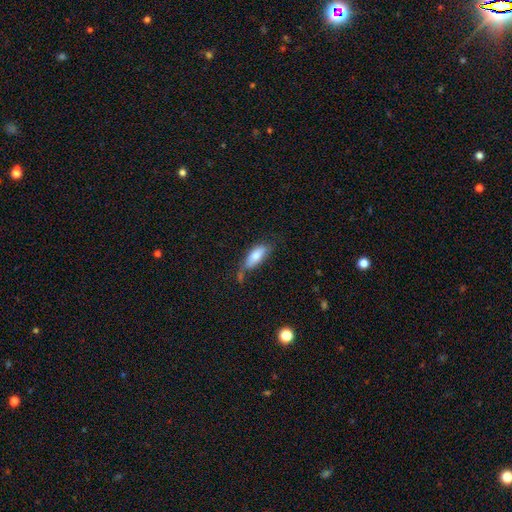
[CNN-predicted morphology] Q: Smooth or featured?
A: smooth (76%); runner-up: featured or disk (17%)
Q: How rounded?
A: in between (74%); runner-up: cigar-shaped (24%)
Q: Merging?
A: none (44%); runner-up: minor disturbance (32%)